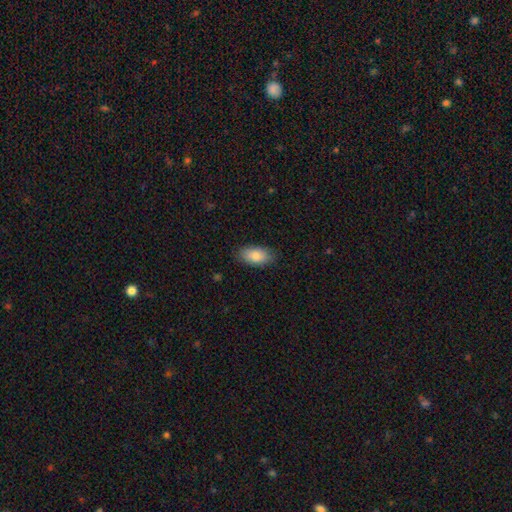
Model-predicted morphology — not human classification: Smooth or featured?
  - smooth: 84% *
  - featured or disk: 9%
  - star or artifact: 7%
How rounded?
  - in between: 92% *
  - cigar-shaped: 5%
  - round: 3%
Merging?
  - none: 86% *
  - minor disturbance: 11%
  - major disturbance: 2%
  - merger: 1%